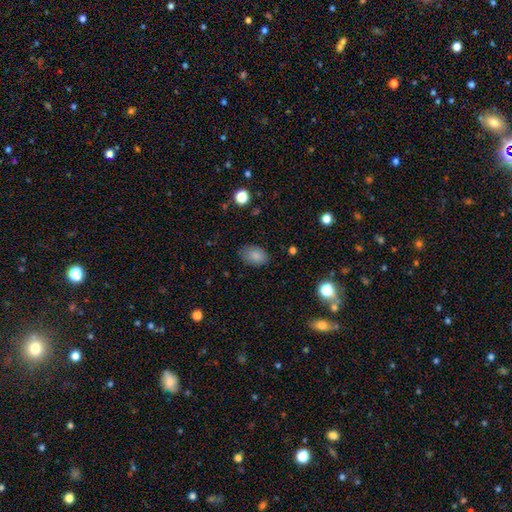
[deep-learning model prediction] smooth_or_featured: smooth (p=0.85) [alt: star or artifact p=0.09]
how_rounded: in between (p=0.86) [alt: round p=0.13]
merging: none (p=0.81) [alt: minor disturbance p=0.14]